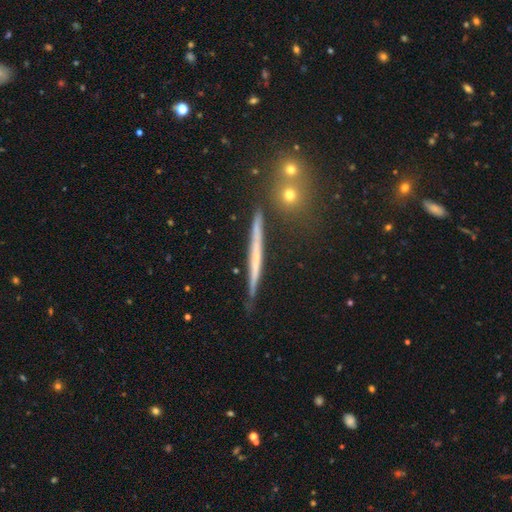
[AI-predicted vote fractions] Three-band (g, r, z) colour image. It shows a featured or disk galaxy (59%) viewed edge-on (97%) with no central bulge (87%). Merging: none (85%).